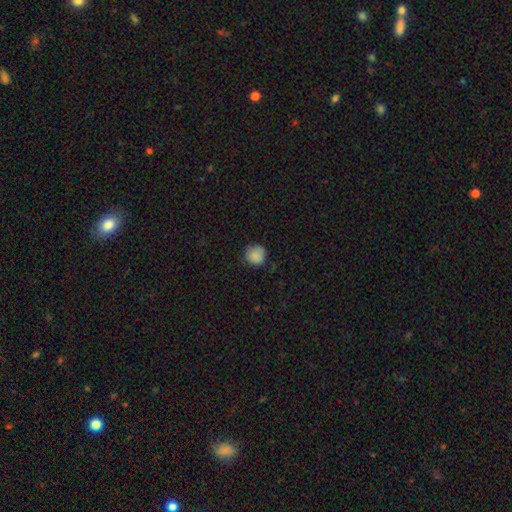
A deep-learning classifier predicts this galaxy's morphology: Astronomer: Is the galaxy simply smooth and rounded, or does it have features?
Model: smooth — 86%.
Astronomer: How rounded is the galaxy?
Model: round — 91%.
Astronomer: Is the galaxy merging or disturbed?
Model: none — 76%.